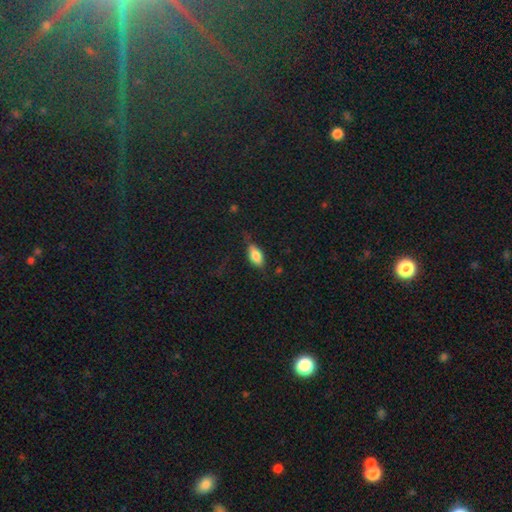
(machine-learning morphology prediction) A smooth galaxy with no disk features (74%) that is in between round and cigar-shaped (85%).

Vote fractions:
- Smooth or featured? smooth: 74% / featured or disk: 18% / star or artifact: 8%
- How rounded? in between: 85% / cigar-shaped: 11% / round: 4%
- Merging? none: 66% / minor disturbance: 22% / major disturbance: 10% / merger: 2%